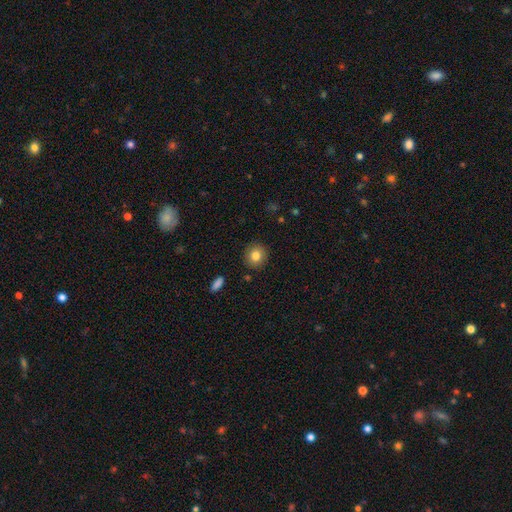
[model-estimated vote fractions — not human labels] Smooth or featured?
  - smooth: 82% *
  - star or artifact: 9%
  - featured or disk: 9%
How rounded?
  - round: 85% *
  - in between: 14%
  - cigar-shaped: 1%
Merging?
  - none: 89% *
  - minor disturbance: 7%
  - major disturbance: 2%
  - merger: 1%